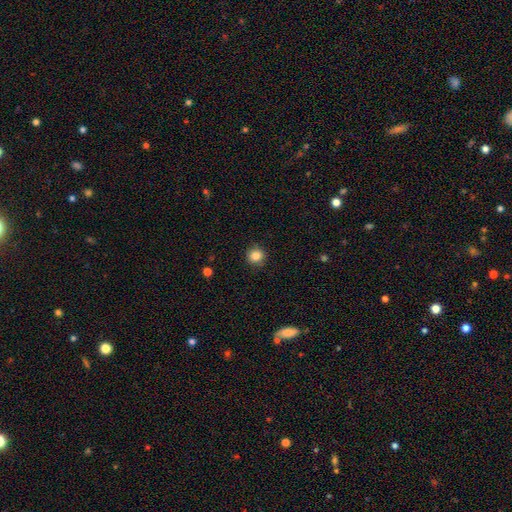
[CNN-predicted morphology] Overall: smooth (84%). How rounded: round (92%). Merging: none (89%).